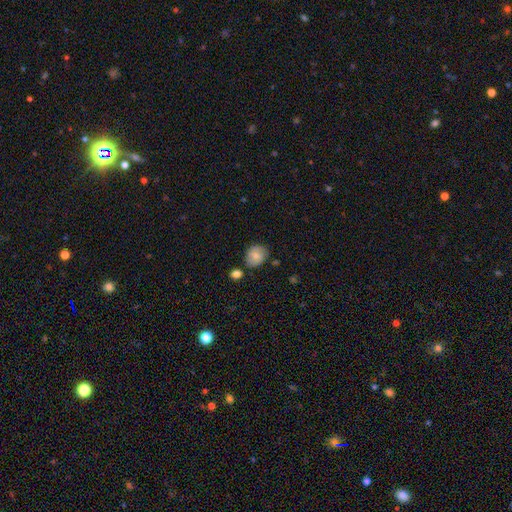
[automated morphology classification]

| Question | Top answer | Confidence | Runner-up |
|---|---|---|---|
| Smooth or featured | smooth | 77% | featured or disk (15%) |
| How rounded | round | 60% | in between (39%) |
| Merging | none | 70% | minor disturbance (19%) |